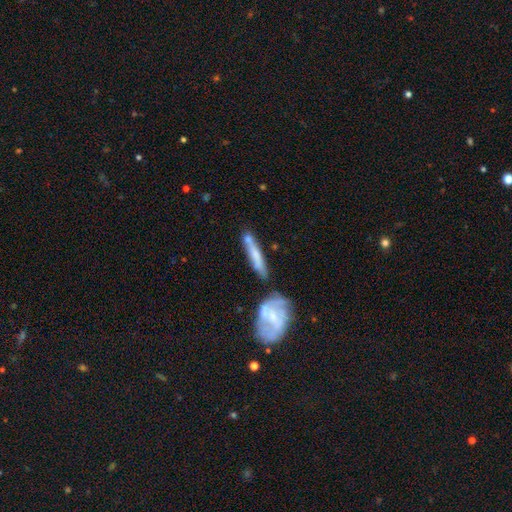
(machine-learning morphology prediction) smooth_or_featured: smooth (p=0.50) [alt: featured or disk p=0.44]
how_rounded: cigar-shaped (p=0.89) [alt: in between p=0.09]
merging: none (p=0.60) [alt: minor disturbance p=0.18]